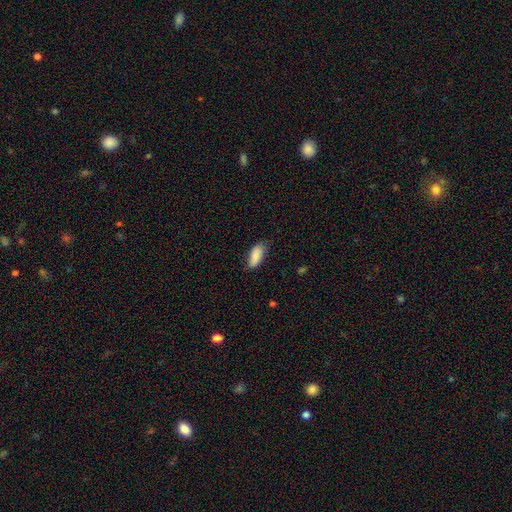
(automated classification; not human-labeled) smooth_or_featured: smooth (p=0.87) [alt: featured or disk p=0.07]
how_rounded: in between (p=0.82) [alt: cigar-shaped p=0.16]
merging: none (p=0.69) [alt: minor disturbance p=0.25]